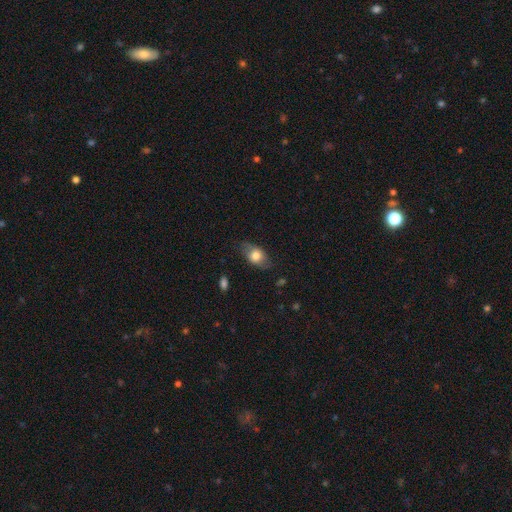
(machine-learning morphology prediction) A smooth galaxy with no disk features (68%) that is in between round and cigar-shaped (81%). Merging: none (72%).